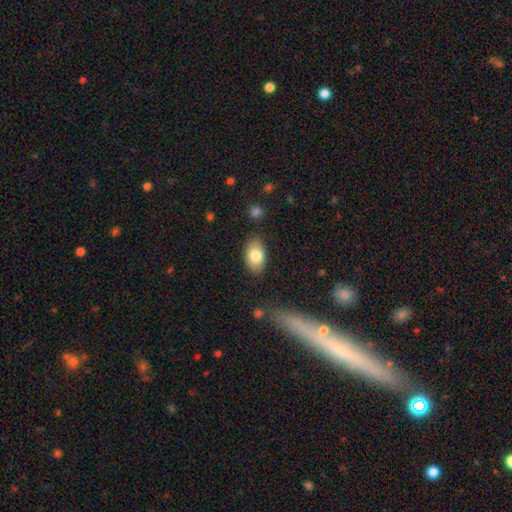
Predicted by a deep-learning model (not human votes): Morphology: type=smooth (80%); roundness=in between (92%); merging=none (83%).